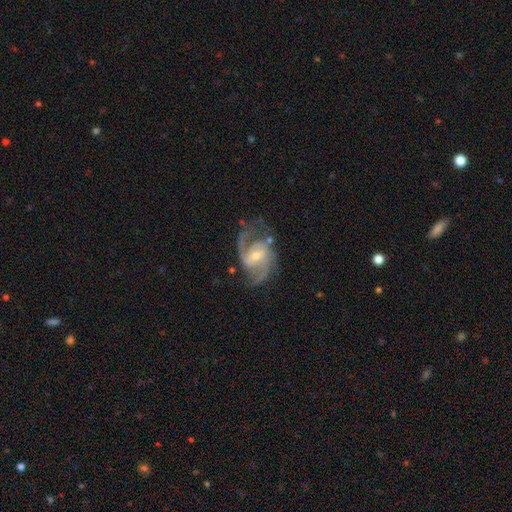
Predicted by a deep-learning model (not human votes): The model was most divided on "bulge size": small: 50%, moderate: 46%, large: 2%, none: 1%, dominant: 1%. More confident: edge-on disk — no (98%); spiral arms — yes (97%); smooth or featured — featured or disk (91%); spiral arm count — 2 (65%); merging — none (64%); spiral winding — medium (57%); bar — weak (50%).